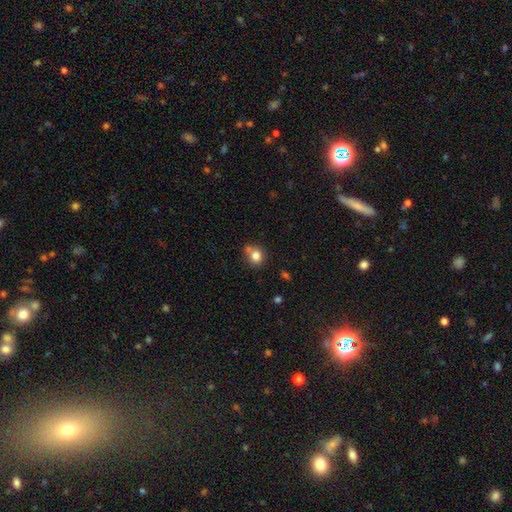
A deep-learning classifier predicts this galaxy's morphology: This appears to be a smooth galaxy with no disk features (80%) that is round (73%). Merging: none (54%).